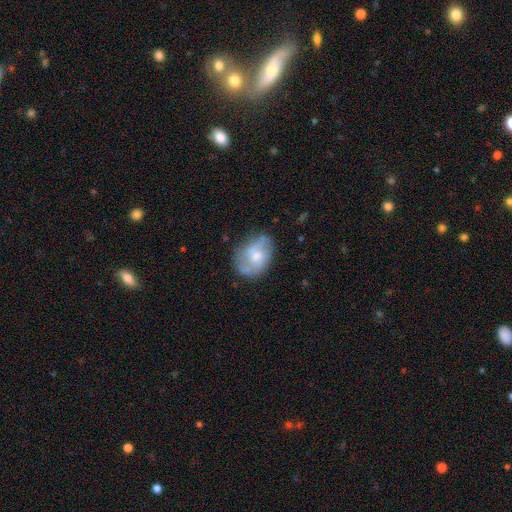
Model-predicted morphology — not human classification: Smooth or featured?
  - smooth: 48% *
  - featured or disk: 45%
  - star or artifact: 7%
Merging?
  - none: 58% *
  - minor disturbance: 27%
  - major disturbance: 11%
  - merger: 3%